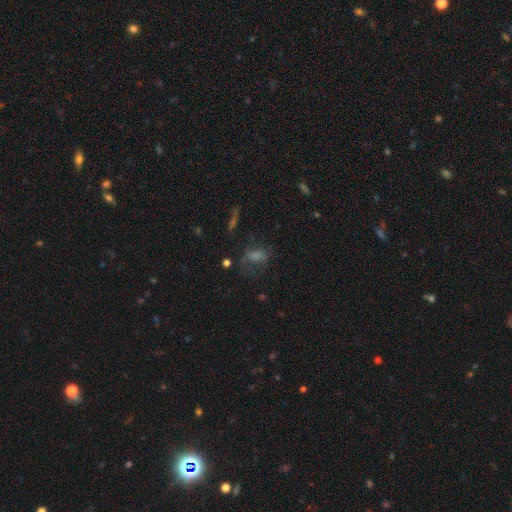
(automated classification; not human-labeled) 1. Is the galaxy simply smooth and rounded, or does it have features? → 47% smooth, 29% star or artifact, 23% featured or disk.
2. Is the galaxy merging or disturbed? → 54% none, 22% major disturbance, 20% minor disturbance, 4% merger.